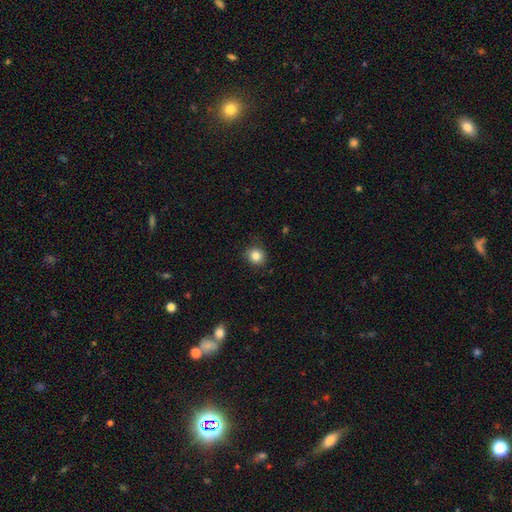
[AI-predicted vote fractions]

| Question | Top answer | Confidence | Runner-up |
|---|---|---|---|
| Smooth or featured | smooth | 83% | star or artifact (11%) |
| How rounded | round | 81% | in between (18%) |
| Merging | none | 83% | minor disturbance (13%) |